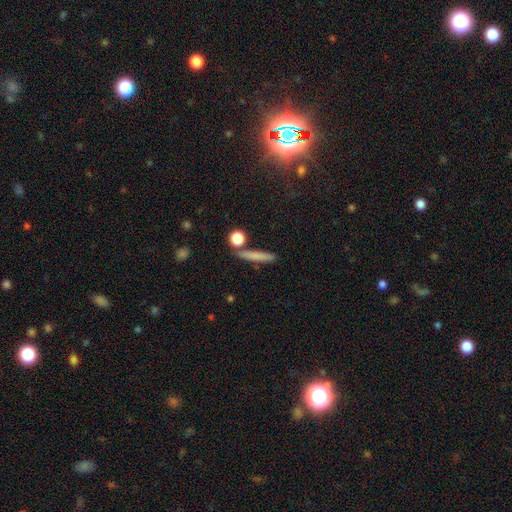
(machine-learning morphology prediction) This appears to be a smooth galaxy with no disk features (74%) that is cigar-shaped (86%). Merging: none (80%).